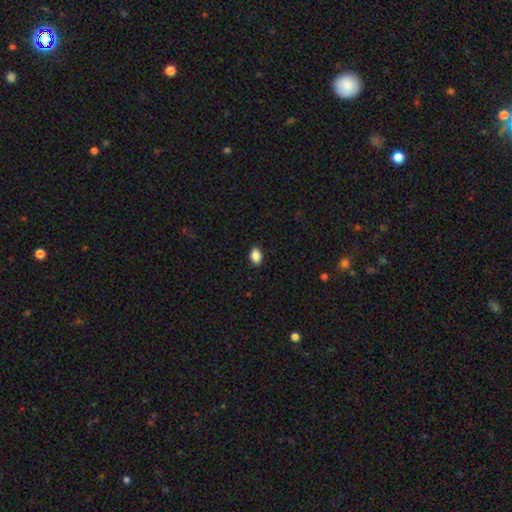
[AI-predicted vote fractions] Smooth or featured?
  - smooth: 88% *
  - star or artifact: 9%
  - featured or disk: 4%
How rounded?
  - in between: 81% *
  - round: 18%
  - cigar-shaped: 1%
Merging?
  - none: 88% *
  - minor disturbance: 9%
  - major disturbance: 2%
  - merger: 1%